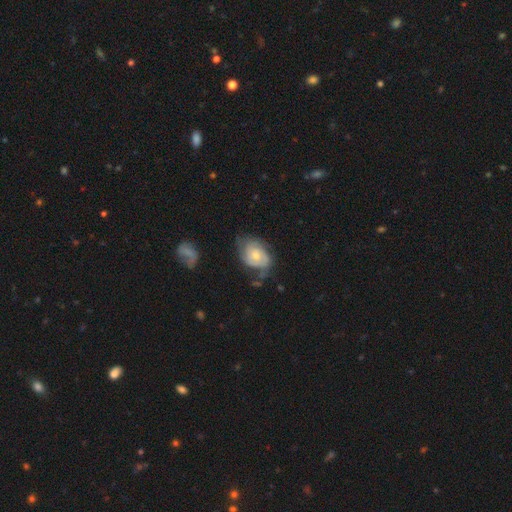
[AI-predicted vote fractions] The model was most divided on "bulge size": moderate: 47%, small: 46%, large: 3%, none: 2%, dominant: 1%. Remaining: edge-on disk — no (97%); spiral arms — yes (85%); bar — no (76%); smooth or featured — featured or disk (65%); spiral winding — tight (56%); merging — none (49%); spiral arm count — 2 (41%).